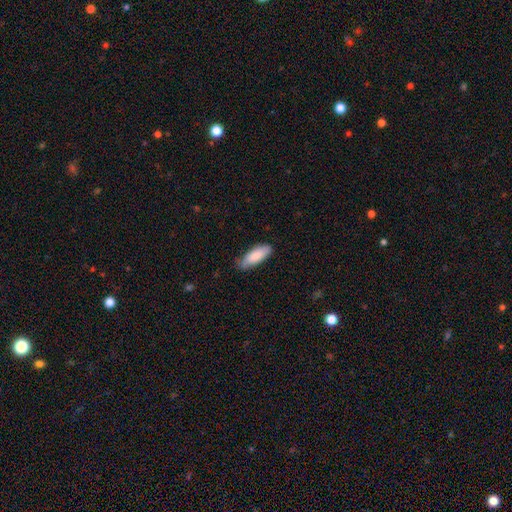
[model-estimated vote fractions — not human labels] This is clearly a smooth galaxy (84%). How rounded: likely in between (71%). Merging: likely none (72%).